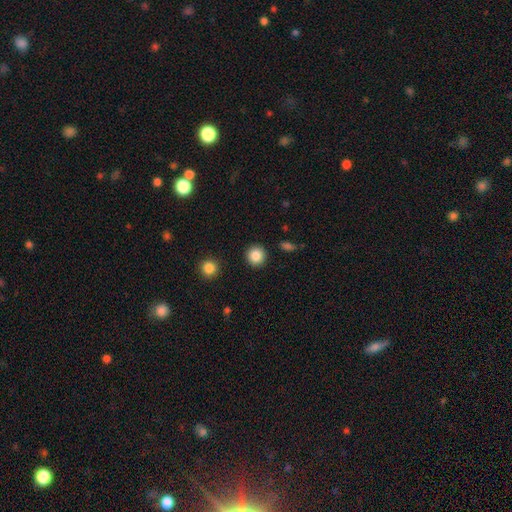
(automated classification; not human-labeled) Overall: smooth (86%). How rounded: round (93%). Merging: none (91%).